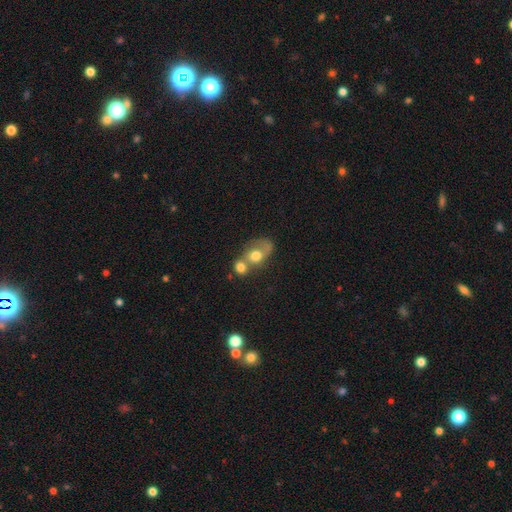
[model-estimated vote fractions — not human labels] Smooth or featured? smooth (64%)
How rounded? round (51%)
Merging? merger (66%)